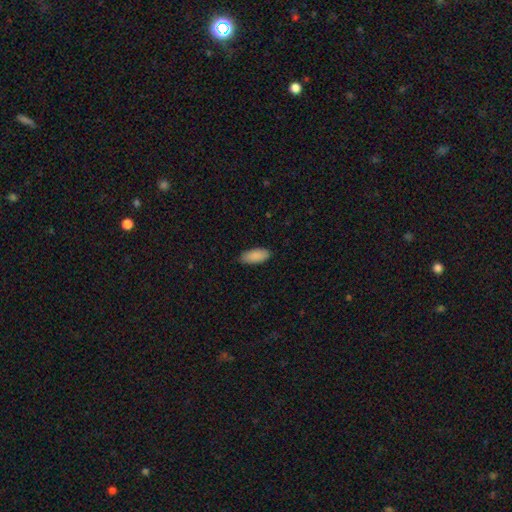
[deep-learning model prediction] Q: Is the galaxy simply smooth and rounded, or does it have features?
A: smooth — 90%.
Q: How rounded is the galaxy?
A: in between — 88%.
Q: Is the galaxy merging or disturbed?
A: none — 85%.